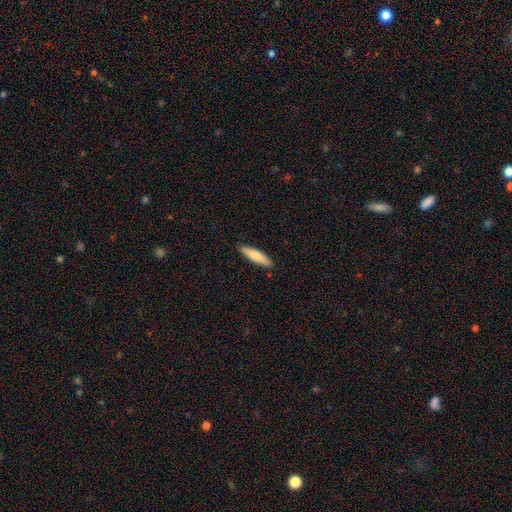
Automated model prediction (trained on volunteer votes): Smooth or featured? smooth (76%)
How rounded? cigar-shaped (77%)
Merging? none (89%)